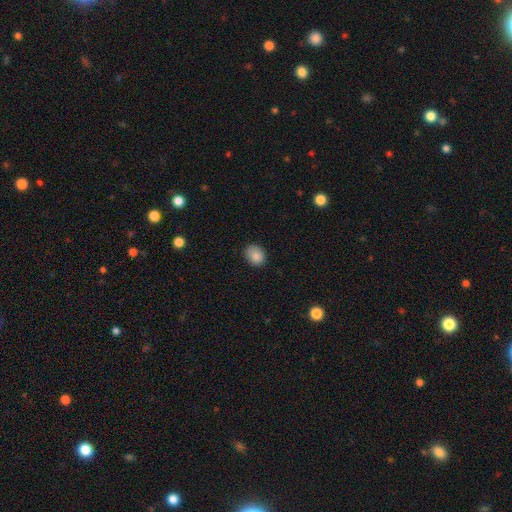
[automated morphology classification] Smooth or featured? Predicted: smooth (p=0.86). How rounded? Predicted: round (p=0.53). Merging? Predicted: none (p=0.81).